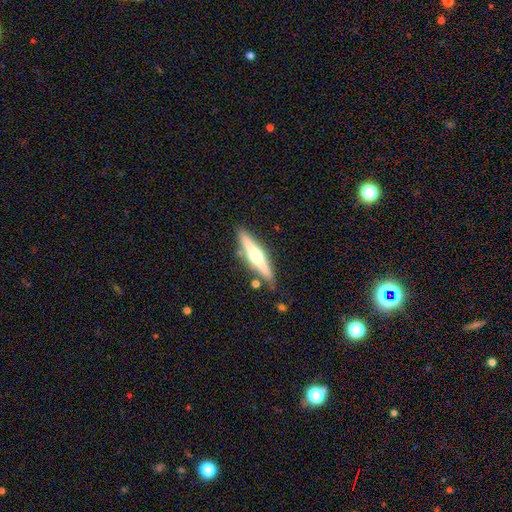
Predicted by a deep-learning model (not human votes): Smooth or featured?
  - featured or disk: 67% *
  - smooth: 27%
  - star or artifact: 6%
Edge-on disk?
  - yes: 96% *
  - no: 4%
Edge-on bulge?
  - rounded: 94% *
  - boxy: 3%
  - none: 3%
Merging?
  - none: 84% *
  - minor disturbance: 10%
  - merger: 4%
  - major disturbance: 2%